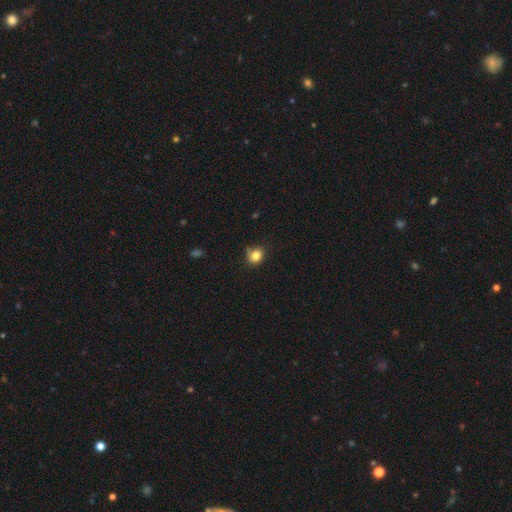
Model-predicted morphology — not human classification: This is clearly a smooth galaxy (82%). How rounded: likely round (68%). Merging: likely none (67%).